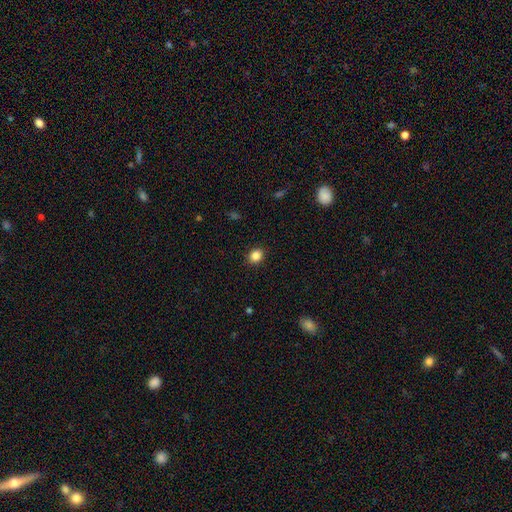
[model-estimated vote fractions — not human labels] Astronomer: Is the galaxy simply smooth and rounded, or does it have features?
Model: smooth — 85%.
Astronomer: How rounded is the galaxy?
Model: round — 69%.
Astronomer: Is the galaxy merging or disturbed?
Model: none — 90%.